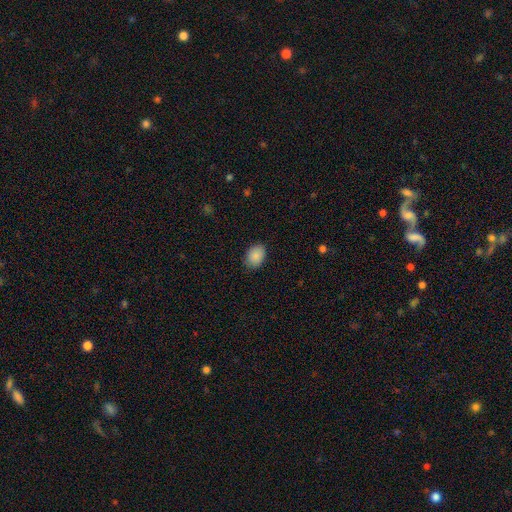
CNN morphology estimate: The model was most divided on "how rounded": in between: 77%, round: 22%, cigar-shaped: 1%. More confident: smooth or featured — smooth (88%); merging — none (84%).